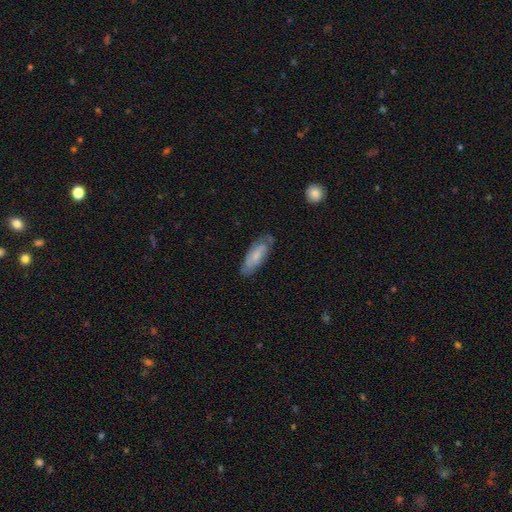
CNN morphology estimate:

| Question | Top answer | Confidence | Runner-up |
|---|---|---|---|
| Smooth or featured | smooth | 49% | featured or disk (44%) |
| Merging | none | 70% | minor disturbance (23%) |